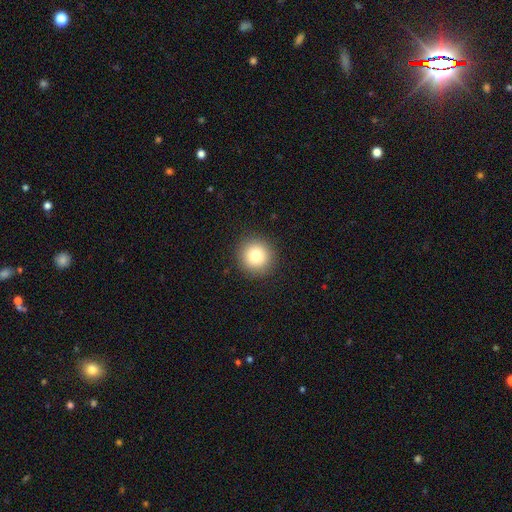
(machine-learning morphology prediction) A smooth galaxy with no disk features (78%) that is round (95%).

Vote fractions:
- Smooth or featured? smooth: 78% / star or artifact: 11% / featured or disk: 10%
- How rounded? round: 95% / in between: 4% / cigar-shaped: 1%
- Merging? none: 91% / minor disturbance: 6% / major disturbance: 2% / merger: 1%